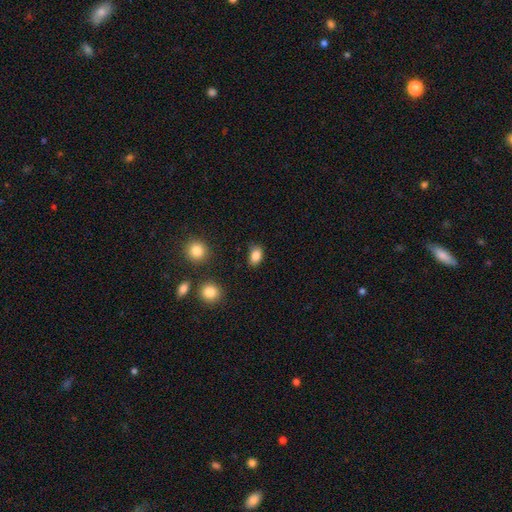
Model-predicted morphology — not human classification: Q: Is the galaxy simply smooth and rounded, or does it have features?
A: smooth — 86%.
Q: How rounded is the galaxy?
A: in between — 82%.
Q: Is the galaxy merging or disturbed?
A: none — 81%.